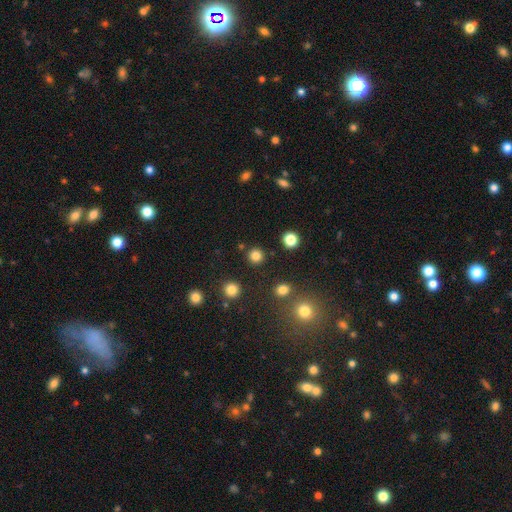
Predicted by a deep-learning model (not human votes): Q: Smooth or featured?
A: smooth (82%); runner-up: star or artifact (14%)
Q: How rounded?
A: round (94%); runner-up: in between (5%)
Q: Merging?
A: none (90%); runner-up: minor disturbance (5%)